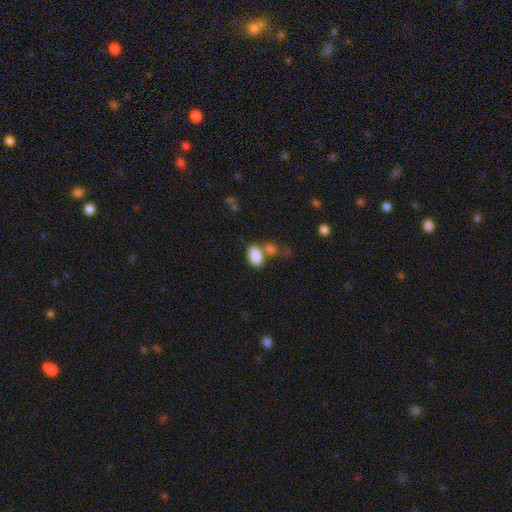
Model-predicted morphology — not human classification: smooth-or-featured: smooth: 86% | star or artifact: 8% | featured or disk: 7%
  how-rounded: in between: 90% | round: 8% | cigar-shaped: 1%
  merging: none: 46% | merger: 32% | minor disturbance: 14% | major disturbance: 7%